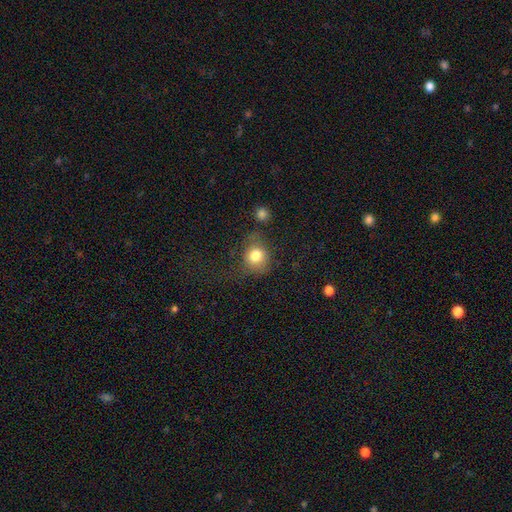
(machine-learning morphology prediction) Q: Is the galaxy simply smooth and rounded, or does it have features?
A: smooth — 80%.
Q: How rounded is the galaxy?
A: round — 79%.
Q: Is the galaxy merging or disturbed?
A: none — 58%.